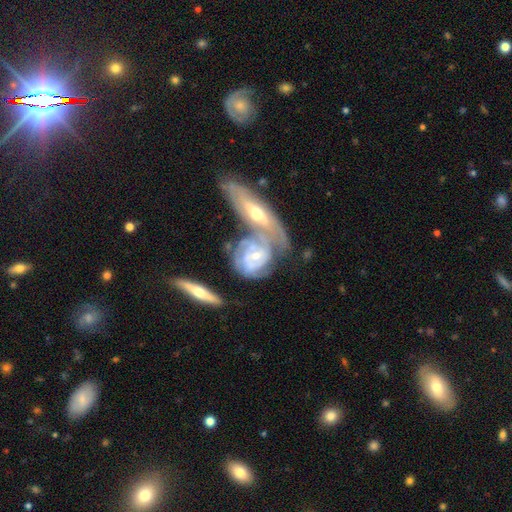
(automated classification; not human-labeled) Q: Smooth or featured?
A: featured or disk (78%); runner-up: smooth (16%)
Q: Edge-on disk?
A: no (89%); runner-up: yes (11%)
Q: Bar?
A: no (64%); runner-up: weak (27%)
Q: Spiral arms?
A: yes (87%); runner-up: no (13%)
Q: Spiral winding?
A: tight (64%); runner-up: medium (28%)
Q: Spiral arm count?
A: can't tell (44%); runner-up: 2 (22%)
Q: Bulge size?
A: small (52%); runner-up: moderate (42%)
Q: Merging?
A: merger (58%); runner-up: none (23%)